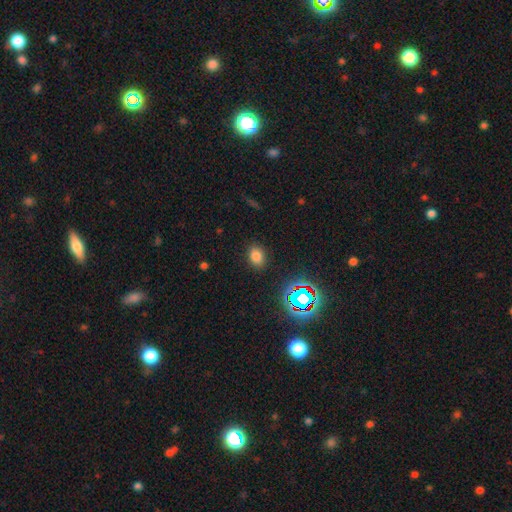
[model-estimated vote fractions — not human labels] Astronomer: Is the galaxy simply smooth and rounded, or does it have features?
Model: smooth — 75%.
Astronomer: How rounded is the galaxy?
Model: in between — 68%.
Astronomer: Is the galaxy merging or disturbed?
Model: none — 86%.